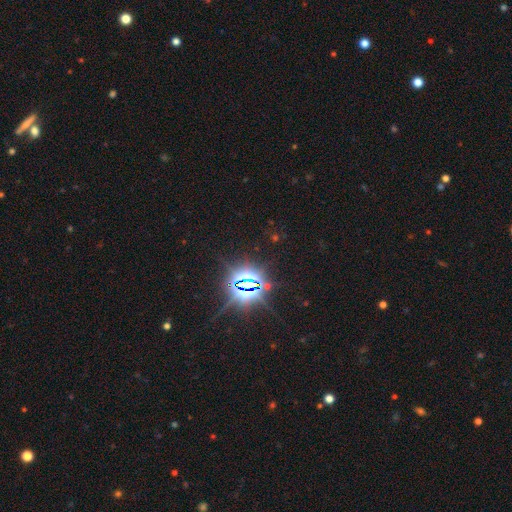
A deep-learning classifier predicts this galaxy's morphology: A star or artifact, not a galaxy (81%).